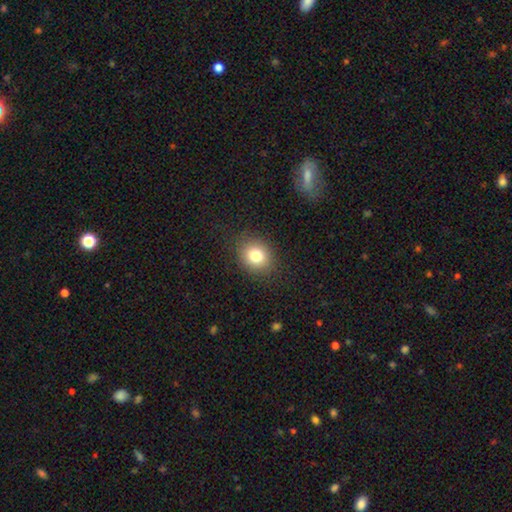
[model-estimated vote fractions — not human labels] Q: Smooth or featured?
A: smooth (80%); runner-up: star or artifact (11%)
Q: How rounded?
A: round (63%); runner-up: in between (37%)
Q: Merging?
A: none (86%); runner-up: minor disturbance (9%)